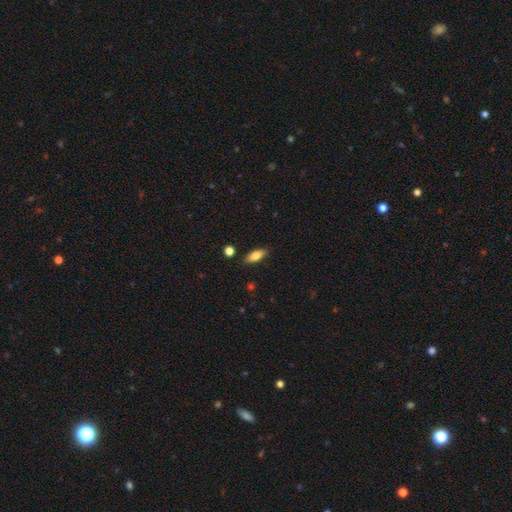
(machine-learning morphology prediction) Smooth or featured? Predicted: smooth (p=0.78). How rounded? Predicted: in between (p=0.77). Merging? Predicted: none (p=0.85).